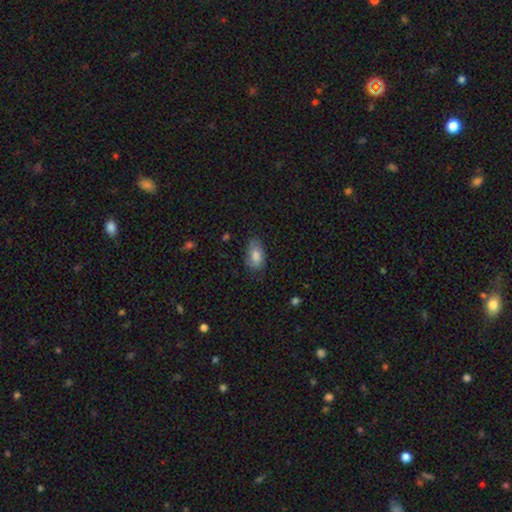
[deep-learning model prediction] Smooth or featured: smooth — 82% (featured or disk — 10%)
How rounded: in between — 91% (round — 6%)
Merging: none — 71% (minor disturbance — 23%)